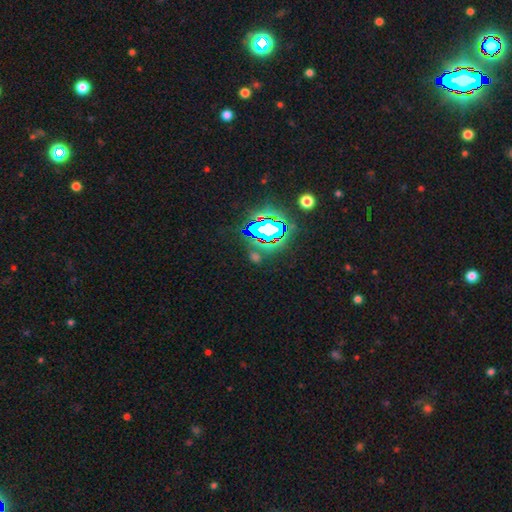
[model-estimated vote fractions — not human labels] Q: Smooth or featured?
A: star or artifact (70%); runner-up: smooth (19%)